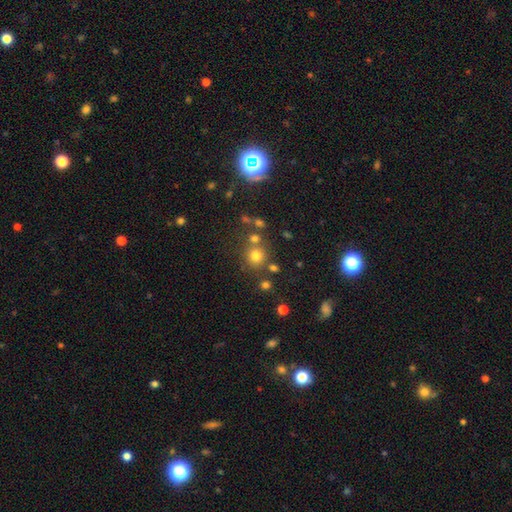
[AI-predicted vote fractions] smooth_or_featured: smooth (p=0.74) [alt: star or artifact p=0.17]
how_rounded: round (p=0.89) [alt: in between p=0.10]
merging: none (p=0.71) [alt: merger p=0.15]